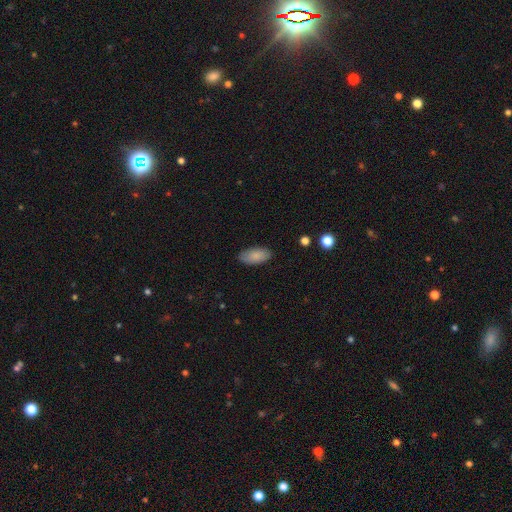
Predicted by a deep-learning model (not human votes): The model was most divided on "merging": none: 86%, minor disturbance: 11%, major disturbance: 2%, merger: 1%. More confident: how rounded — in between (92%); smooth or featured — smooth (86%).